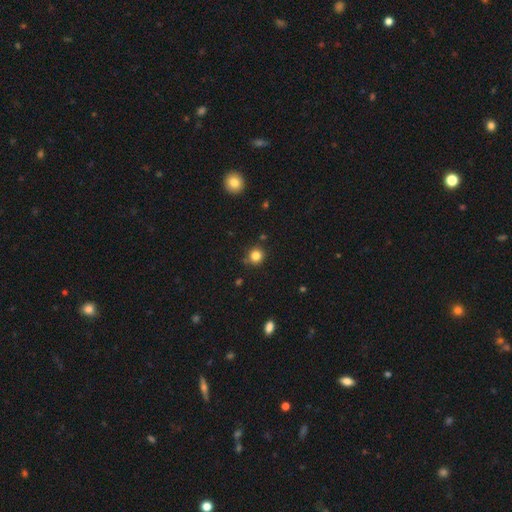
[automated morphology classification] Overall: smooth (83%). How rounded: round (91%). Merging: none (85%).